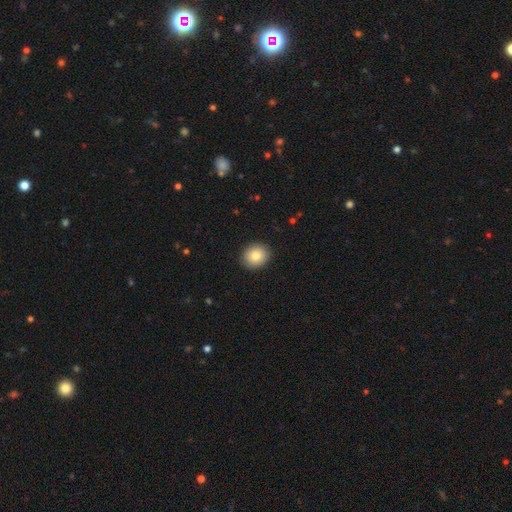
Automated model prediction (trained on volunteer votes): Smooth or featured? smooth (83%)
How rounded? round (73%)
Merging? none (91%)